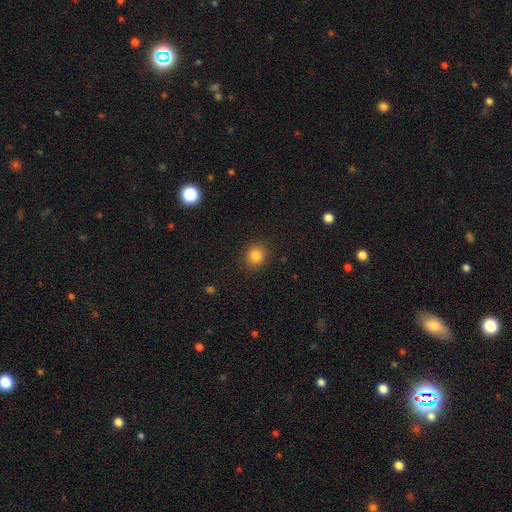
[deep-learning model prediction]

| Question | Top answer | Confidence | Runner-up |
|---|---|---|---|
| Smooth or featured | smooth | 83% | star or artifact (12%) |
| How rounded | round | 84% | in between (15%) |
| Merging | none | 90% | minor disturbance (7%) |